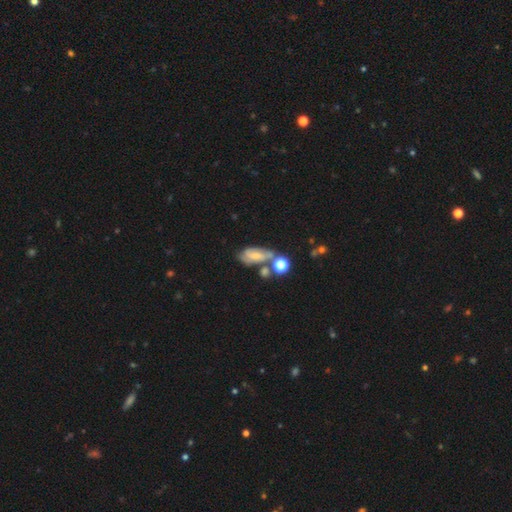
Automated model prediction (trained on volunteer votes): A featured or disk galaxy (47%). Merging: none (38%).